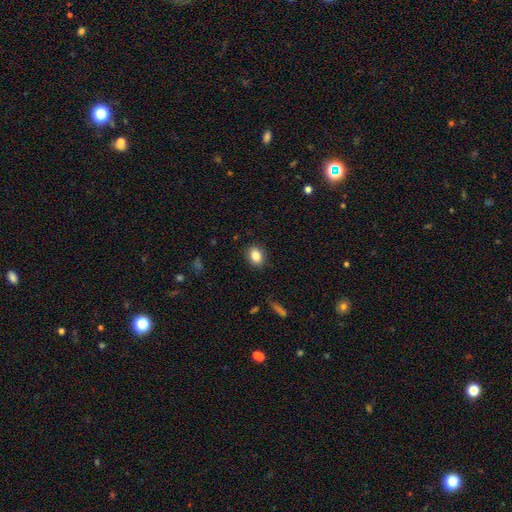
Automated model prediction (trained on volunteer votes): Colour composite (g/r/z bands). It shows a smooth galaxy with no disk features (84%) that is in between round and cigar-shaped (58%). Merging: none (89%).